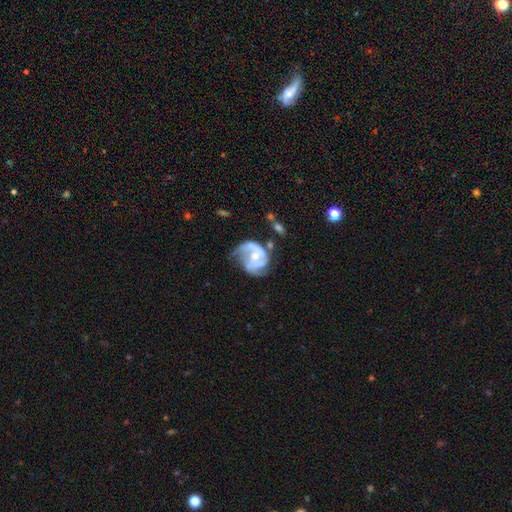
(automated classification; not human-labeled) Smooth or featured: featured or disk — 81% (smooth — 13%)
Edge-on disk: no — 98% (yes — 2%)
Bar: no — 58% (weak — 33%)
Spiral arms: yes — 89% (no — 11%)
Spiral winding: medium — 46% (tight — 30%)
Spiral arm count: 2 — 45% (3 — 23%)
Bulge size: moderate — 52% (small — 40%)
Merging: none — 39% (major disturbance — 27%)